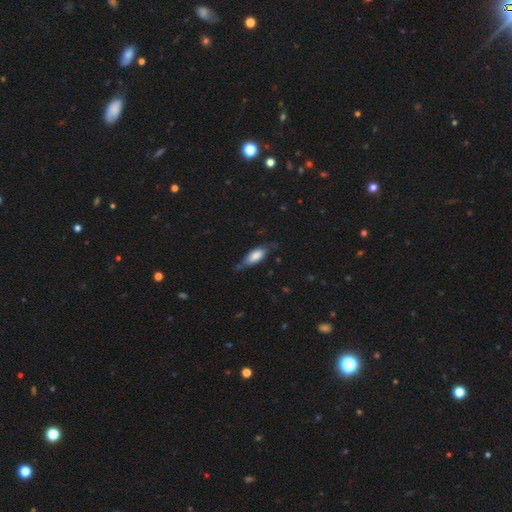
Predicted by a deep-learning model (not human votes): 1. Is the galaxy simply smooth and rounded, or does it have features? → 70% smooth, 24% featured or disk, 6% star or artifact.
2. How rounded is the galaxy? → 74% in between, 24% cigar-shaped, 2% round.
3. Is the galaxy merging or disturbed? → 54% none, 33% minor disturbance, 10% major disturbance, 3% merger.